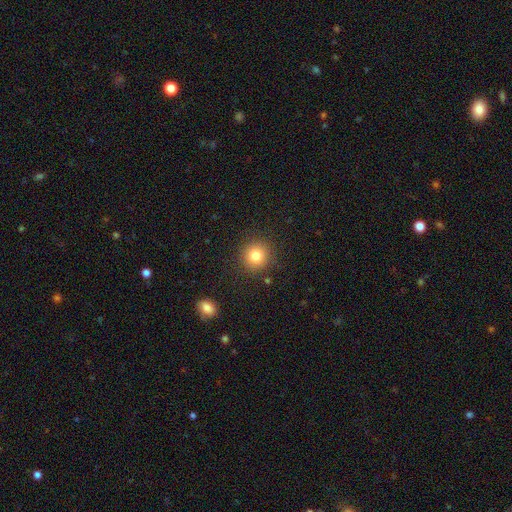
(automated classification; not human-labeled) Q: Smooth or featured?
A: smooth (81%); runner-up: star or artifact (12%)
Q: How rounded?
A: round (93%); runner-up: in between (6%)
Q: Merging?
A: none (89%); runner-up: minor disturbance (7%)